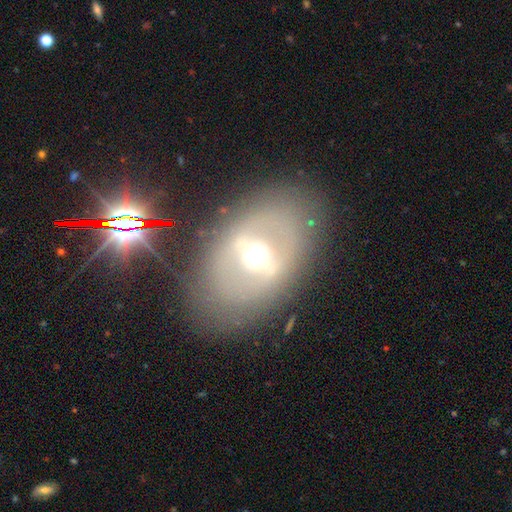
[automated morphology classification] featured or disk 66%, smooth 24%, star or artifact 10%. Down the decision tree: edge-on disk — no (87%); bar — strong (52%); spiral arms — no (80%); bulge size — moderate (70%); merging — none (79%).